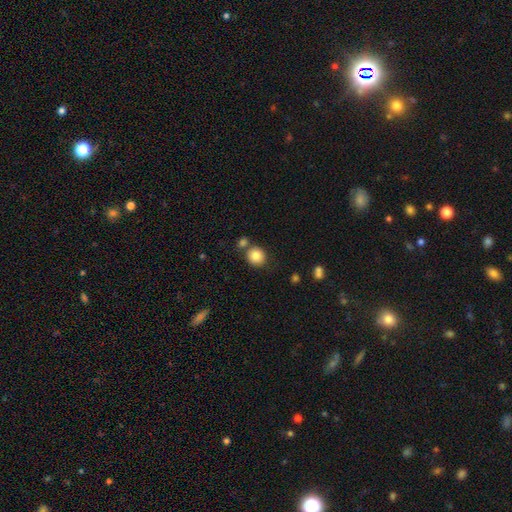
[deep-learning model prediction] Smooth or featured? Predicted: smooth (p=0.83). How rounded? Predicted: round (p=0.88). Merging? Predicted: none (p=0.73).